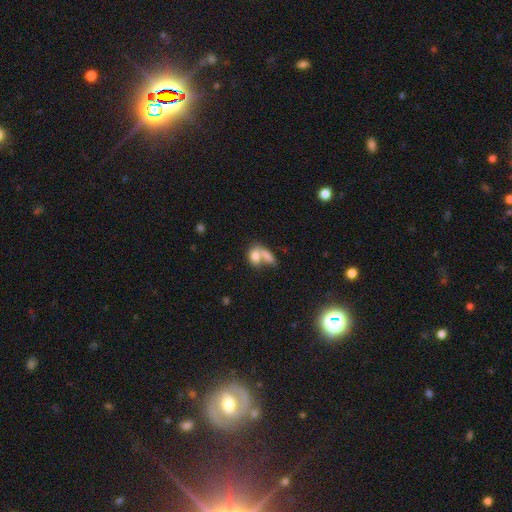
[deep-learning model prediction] Smooth or featured? smooth (77%)
How rounded? in between (78%)
Merging? merger (64%)